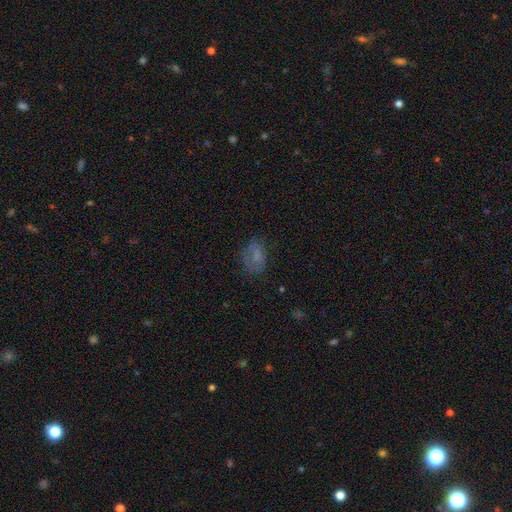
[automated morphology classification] Smooth or featured?
  - smooth: 59% *
  - featured or disk: 25%
  - star or artifact: 16%
How rounded?
  - in between: 76% *
  - round: 22%
  - cigar-shaped: 2%
Merging?
  - none: 55% *
  - minor disturbance: 24%
  - major disturbance: 19%
  - merger: 2%